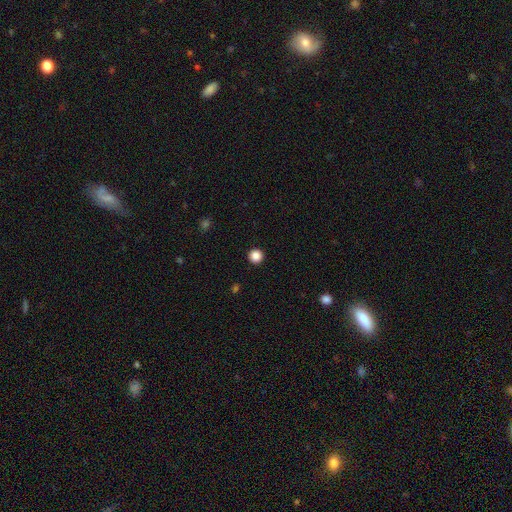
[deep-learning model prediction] Smooth or featured: smooth — 86% (star or artifact — 11%)
How rounded: round — 96% (in between — 3%)
Merging: none — 94% (minor disturbance — 4%)